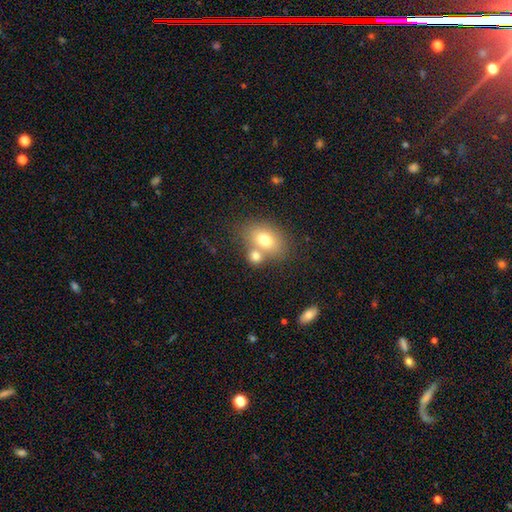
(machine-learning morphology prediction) A smooth galaxy with no disk features (74%) that is in between round and cigar-shaped (60%).

Vote fractions:
- Smooth or featured? smooth: 74% / featured or disk: 16% / star or artifact: 10%
- How rounded? in between: 60% / round: 38% / cigar-shaped: 2%
- Merging? none: 44% / merger: 42% / minor disturbance: 10% / major disturbance: 4%